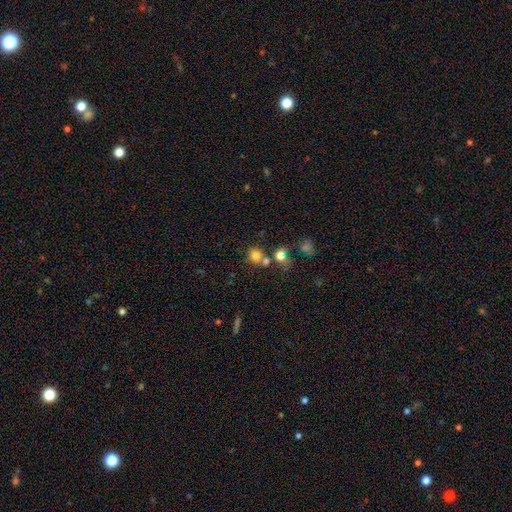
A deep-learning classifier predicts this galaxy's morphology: Overall: smooth (76%). How rounded: round (78%). Merging: none (54%; merger 30%).